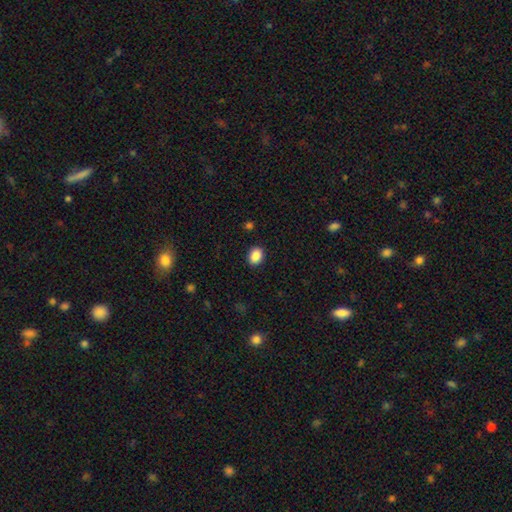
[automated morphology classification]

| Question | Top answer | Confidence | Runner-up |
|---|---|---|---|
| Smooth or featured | smooth | 88% | star or artifact (9%) |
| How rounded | in between | 62% | round (37%) |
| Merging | none | 89% | minor disturbance (8%) |